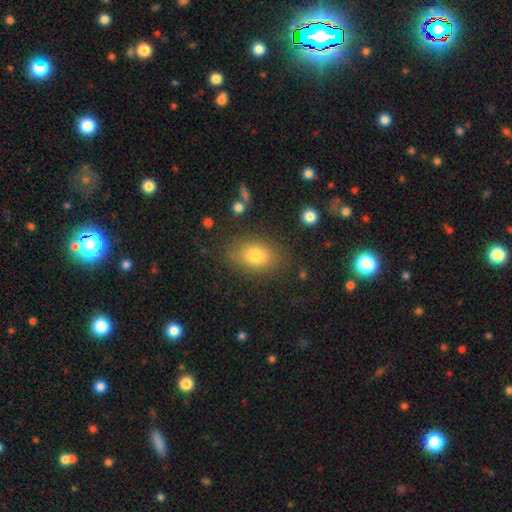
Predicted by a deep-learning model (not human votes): Smooth or featured? Predicted: smooth (p=0.79). How rounded? Predicted: in between (p=0.79). Merging? Predicted: none (p=0.82).